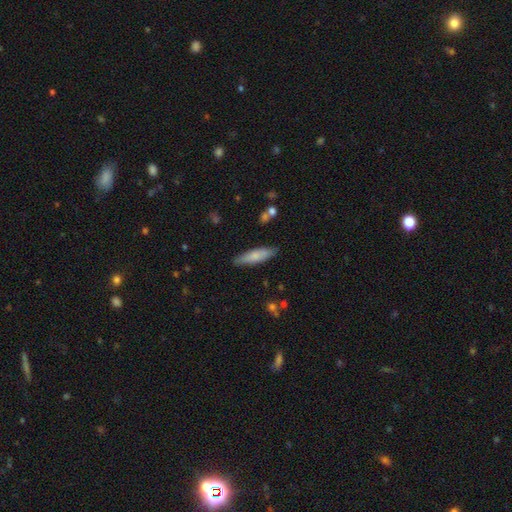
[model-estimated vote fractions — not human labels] Q: Smooth or featured?
A: smooth (73%); runner-up: featured or disk (21%)
Q: How rounded?
A: cigar-shaped (73%); runner-up: in between (25%)
Q: Merging?
A: none (85%); runner-up: minor disturbance (11%)